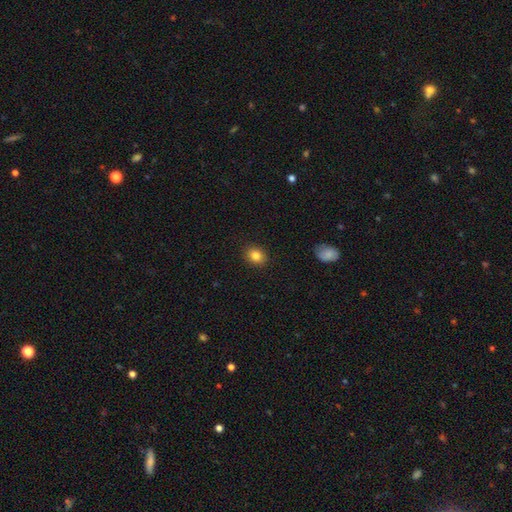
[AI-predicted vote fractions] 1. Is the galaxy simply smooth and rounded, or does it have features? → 84% smooth, 10% star or artifact, 6% featured or disk.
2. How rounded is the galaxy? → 55% round, 44% in between, 1% cigar-shaped.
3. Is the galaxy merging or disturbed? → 90% none, 7% minor disturbance, 2% major disturbance, 1% merger.